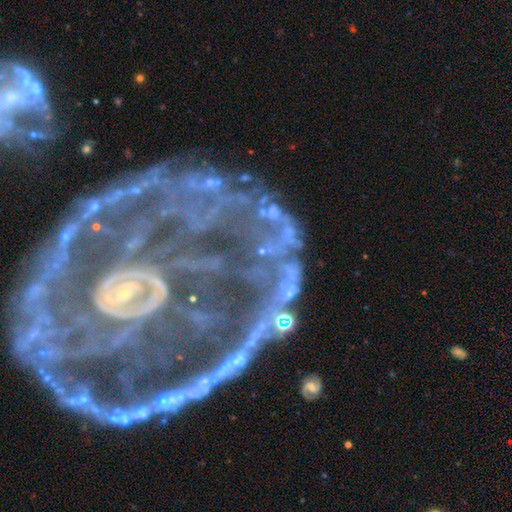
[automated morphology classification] Smooth or featured? featured or disk (75%)
Edge-on disk? no (94%)
Bar? no (55%)
Spiral arms? yes (79%)
Spiral winding? tight (53%)
Spiral arm count? can't tell (30%)
Bulge size? small (53%)
Merging? none (41%)